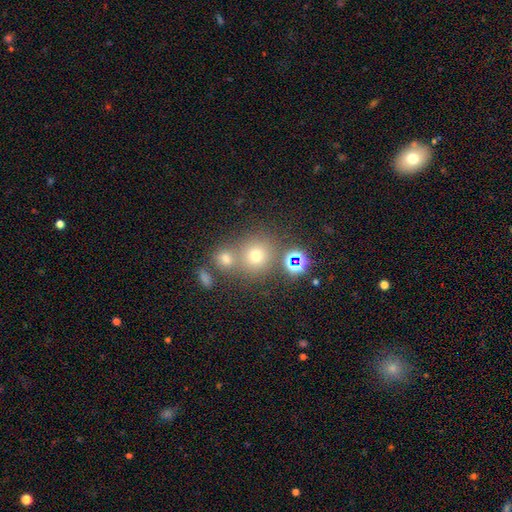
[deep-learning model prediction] Q: Smooth or featured?
A: smooth (65%); runner-up: star or artifact (24%)
Q: How rounded?
A: round (88%); runner-up: in between (11%)
Q: Merging?
A: none (62%); runner-up: merger (26%)